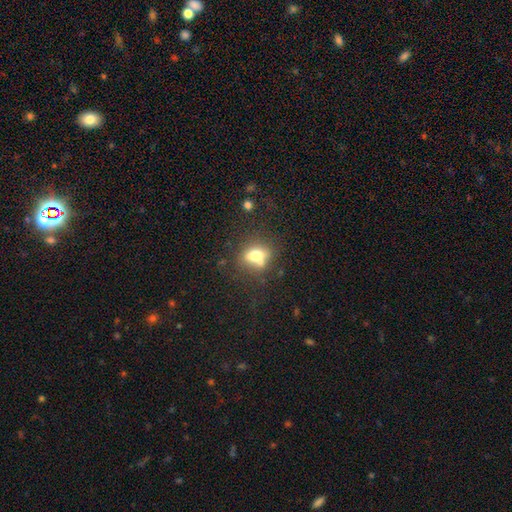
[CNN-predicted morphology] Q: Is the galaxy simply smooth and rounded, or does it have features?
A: smooth — 69%.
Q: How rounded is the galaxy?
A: in between — 64%.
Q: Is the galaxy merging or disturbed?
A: none — 50%.